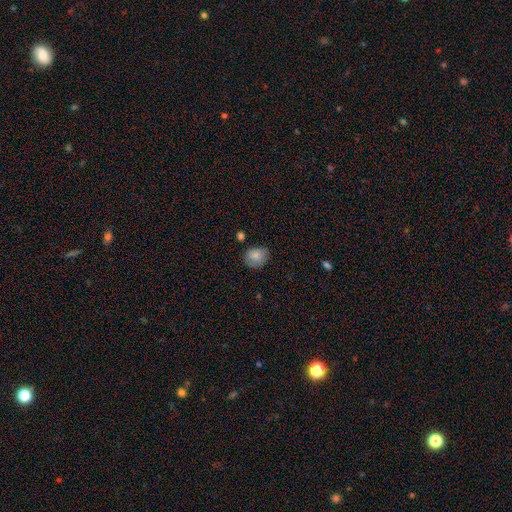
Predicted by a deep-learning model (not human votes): Smooth or featured? Predicted: smooth (p=0.82). How rounded? Predicted: round (p=0.53). Merging? Predicted: none (p=0.67).